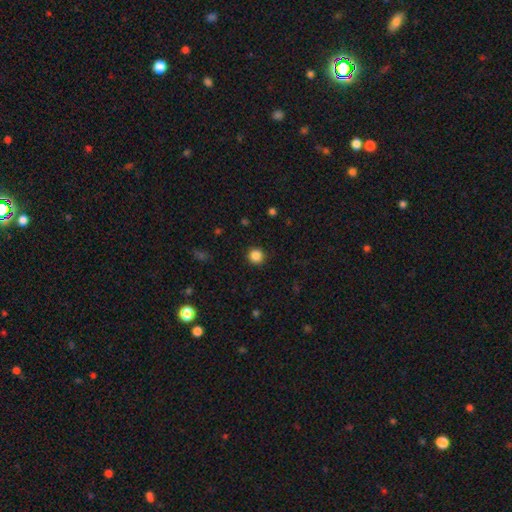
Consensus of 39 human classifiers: smooth-or-featured: smooth: 85% | star or artifact: 10% | featured or disk: 5%
  how-rounded: round: 100% | in between: 0% | cigar-shaped: 0%
  merging: none: 94% | minor disturbance: 3% | major disturbance: 3% | merger: 0%